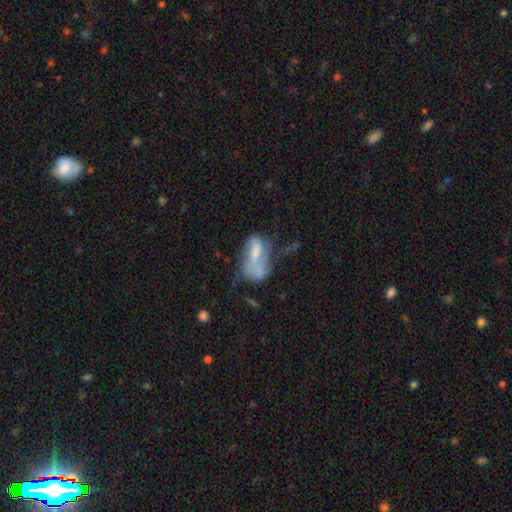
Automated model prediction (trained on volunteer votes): Smooth or featured? Predicted: featured or disk (p=0.47). Merging? Predicted: major disturbance (p=0.39).